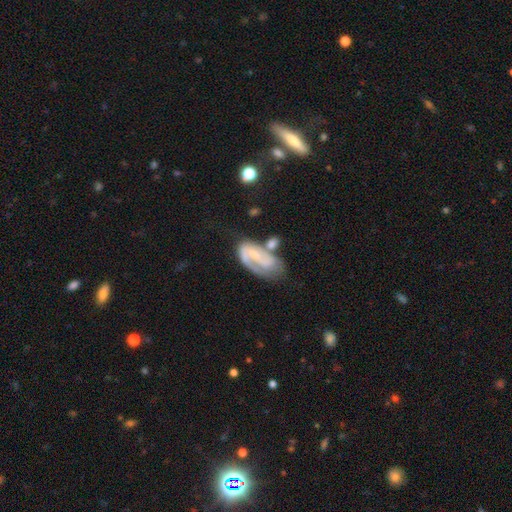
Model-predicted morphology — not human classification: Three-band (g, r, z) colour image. It shows a featured or disk galaxy (73%) with a weak bar (39%), 2 (53%) medium (42%) spiral arms (85%) and a small central bulge (55%). Merging: none (37%).